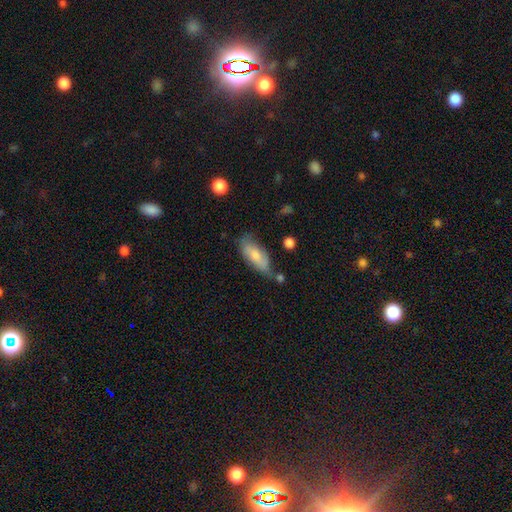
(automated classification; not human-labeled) Smooth or featured? Predicted: smooth (p=0.70). How rounded? Predicted: in between (p=0.79). Merging? Predicted: none (p=0.50).